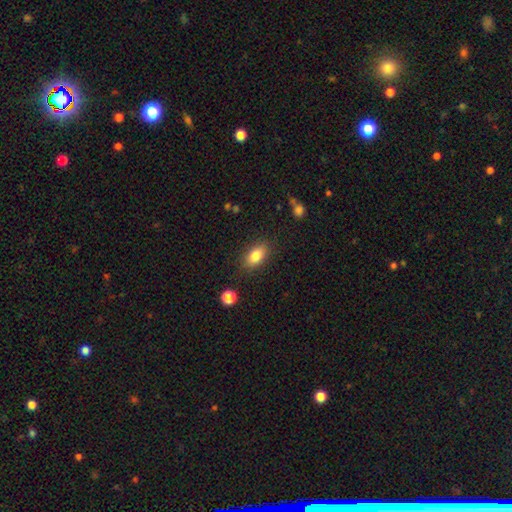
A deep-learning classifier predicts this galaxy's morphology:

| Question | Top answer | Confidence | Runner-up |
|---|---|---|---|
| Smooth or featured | smooth | 83% | featured or disk (8%) |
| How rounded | in between | 87% | round (8%) |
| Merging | none | 85% | minor disturbance (11%) |